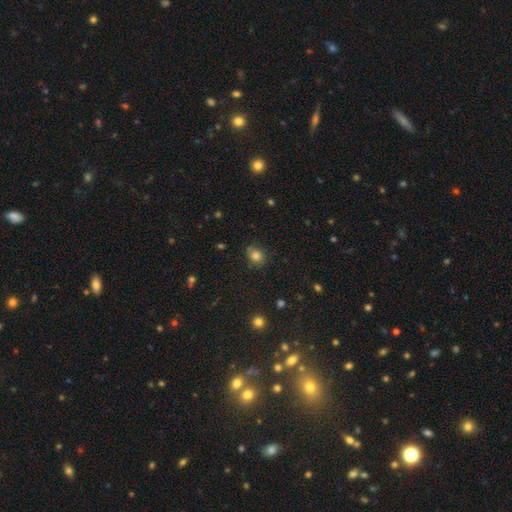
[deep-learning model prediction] Q: Smooth or featured?
A: smooth (79%); runner-up: star or artifact (13%)
Q: How rounded?
A: round (60%); runner-up: in between (39%)
Q: Merging?
A: none (76%); runner-up: minor disturbance (18%)